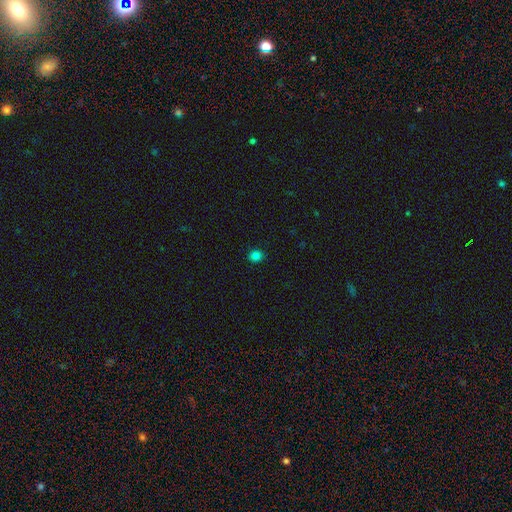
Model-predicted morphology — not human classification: smooth 82%, star or artifact 14%, featured or disk 4%. Down the decision tree: how rounded — round (79%); merging — none (91%).